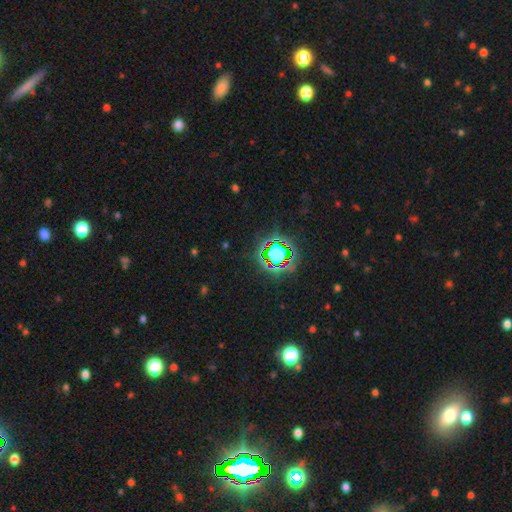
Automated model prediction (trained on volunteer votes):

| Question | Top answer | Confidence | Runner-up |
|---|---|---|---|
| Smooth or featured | star or artifact | 79% | smooth (13%) |